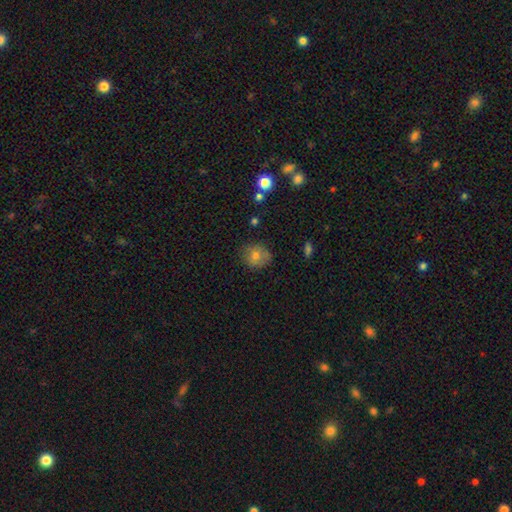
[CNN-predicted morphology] A smooth galaxy with no disk features (75%) that is round (80%). Merging: none (74%).